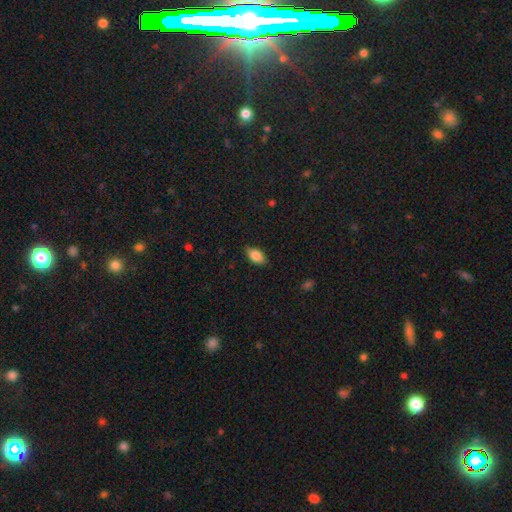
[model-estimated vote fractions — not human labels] The model was most divided on "merging": none: 84%, minor disturbance: 12%, major disturbance: 2%, merger: 1%. More confident: how rounded — in between (90%); smooth or featured — smooth (84%).